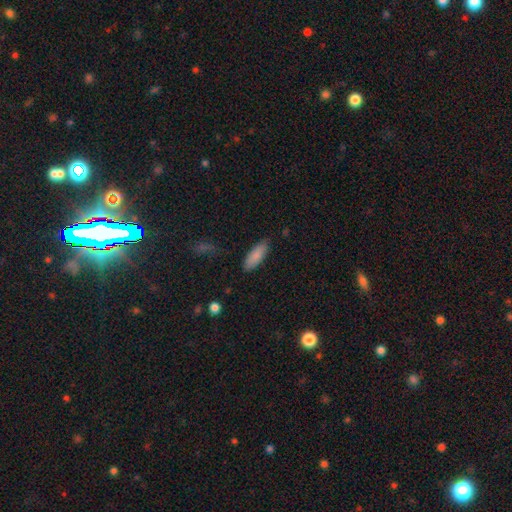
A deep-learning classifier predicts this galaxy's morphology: This is clearly a smooth galaxy (86%). How rounded: likely in between (69%). Merging: clearly none (83%).